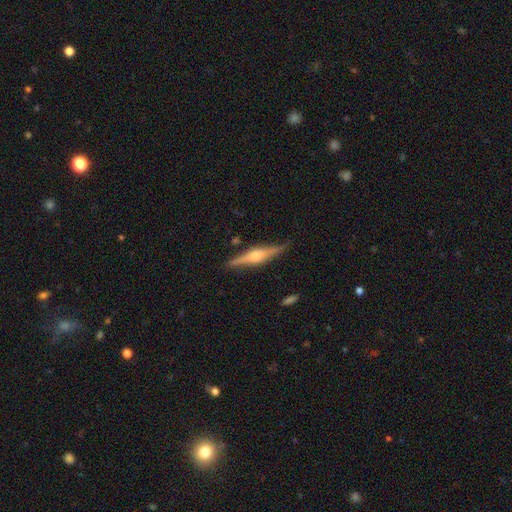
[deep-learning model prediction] The model was most divided on "smooth or featured": featured or disk: 77%, smooth: 17%, star or artifact: 6%. More confident: edge-on disk — yes (98%); merging — none (87%); edge-on bulge — rounded (84%).